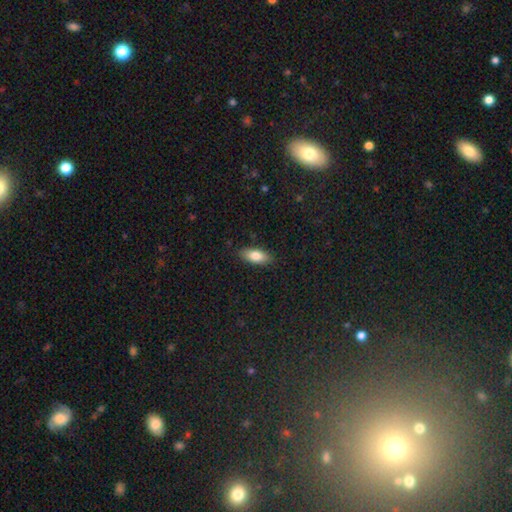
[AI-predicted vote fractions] A smooth galaxy with no disk features (81%) that is in between round and cigar-shaped (84%).

Vote fractions:
- Smooth or featured? smooth: 81% / featured or disk: 12% / star or artifact: 7%
- How rounded? in between: 84% / cigar-shaped: 14% / round: 2%
- Merging? none: 87% / minor disturbance: 9% / major disturbance: 2% / merger: 1%